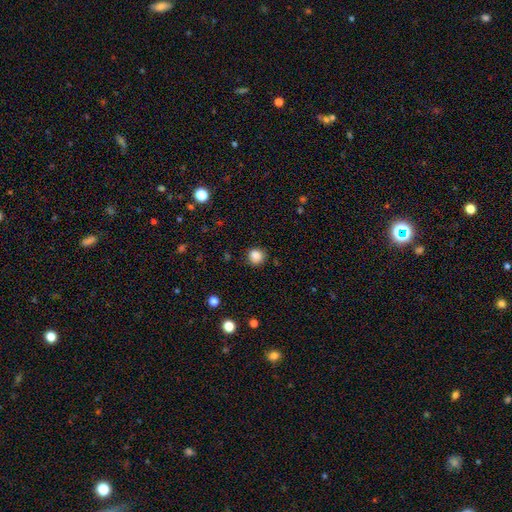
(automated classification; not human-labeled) Smooth or featured: smooth — 86% (star or artifact — 11%)
How rounded: round — 87% (in between — 12%)
Merging: none — 86% (minor disturbance — 10%)